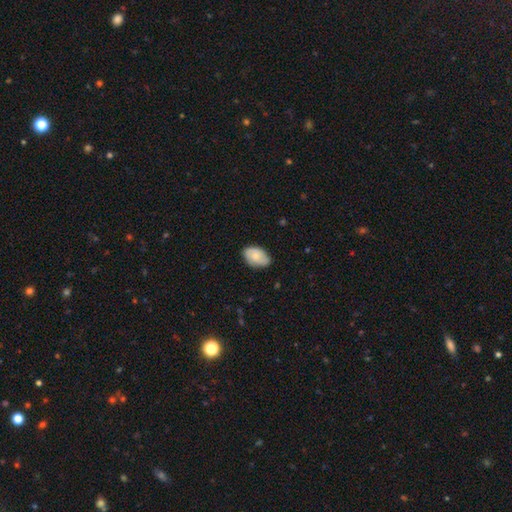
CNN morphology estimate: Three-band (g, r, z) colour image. It shows a smooth galaxy with no disk features (67%) that is in between round and cigar-shaped (88%). Merging: none (75%).